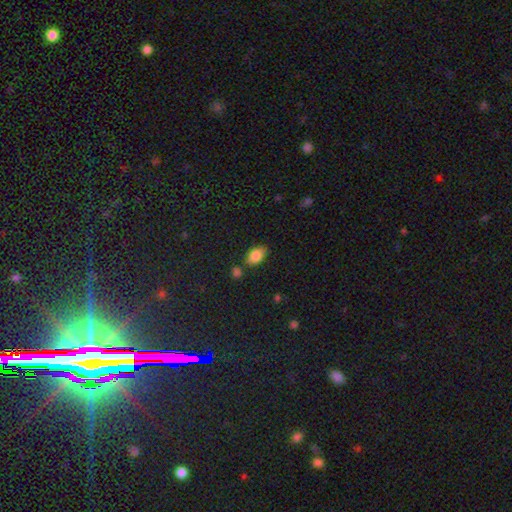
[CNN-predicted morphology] This is clearly a smooth galaxy (83%). How rounded: clearly in between (89%). Merging: likely none (73%).